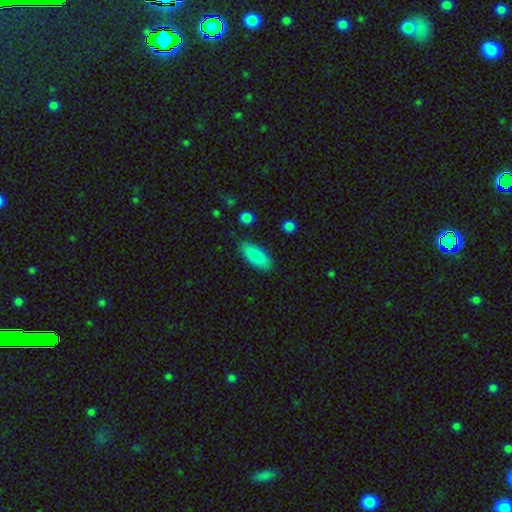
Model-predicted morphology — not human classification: This is clearly a smooth galaxy (88%). How rounded: clearly in between (83%). Merging: clearly none (85%).